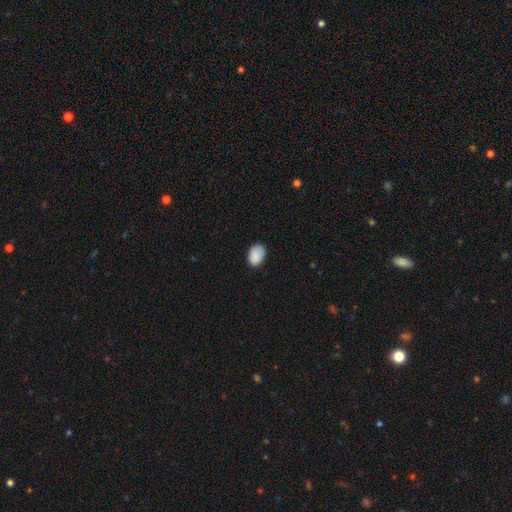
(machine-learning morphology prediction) Smooth or featured?
  - smooth: 87% *
  - star or artifact: 7%
  - featured or disk: 5%
How rounded?
  - in between: 81% *
  - round: 18%
  - cigar-shaped: 1%
Merging?
  - none: 77% *
  - minor disturbance: 19%
  - major disturbance: 3%
  - merger: 1%